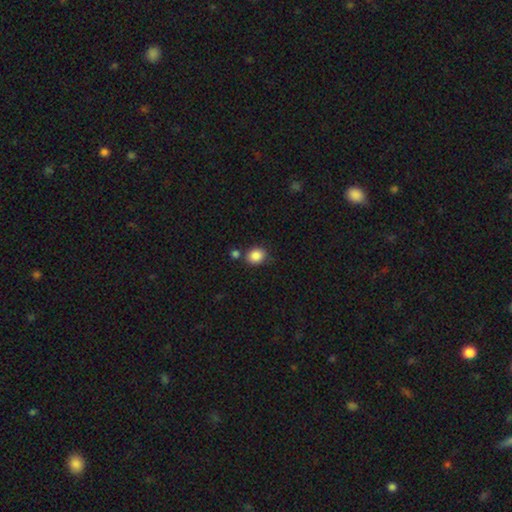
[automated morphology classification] A smooth galaxy with no disk features (87%) that is round (60%). Merging: none (71%).